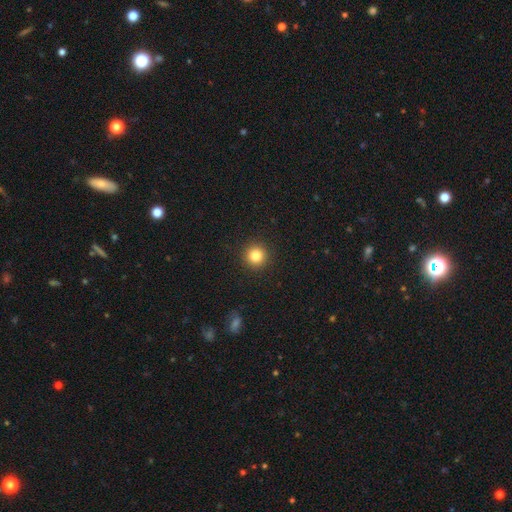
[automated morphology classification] Smooth or featured? Predicted: smooth (p=0.83). How rounded? Predicted: round (p=0.95). Merging? Predicted: none (p=0.92).